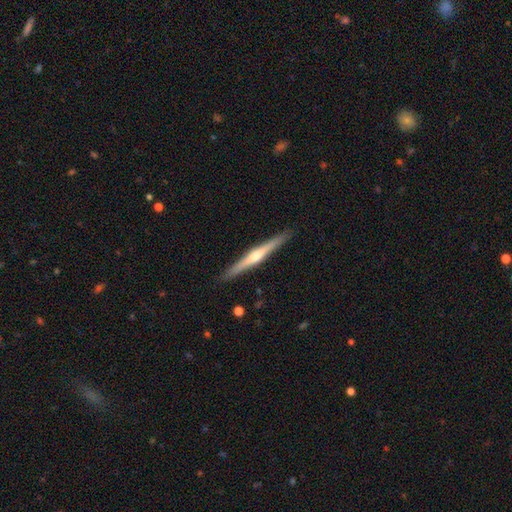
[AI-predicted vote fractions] Smooth or featured: featured or disk — 70% (smooth — 25%)
Edge-on disk: yes — 98% (no — 2%)
Edge-on bulge: rounded — 77% (none — 16%)
Merging: none — 91% (minor disturbance — 6%)